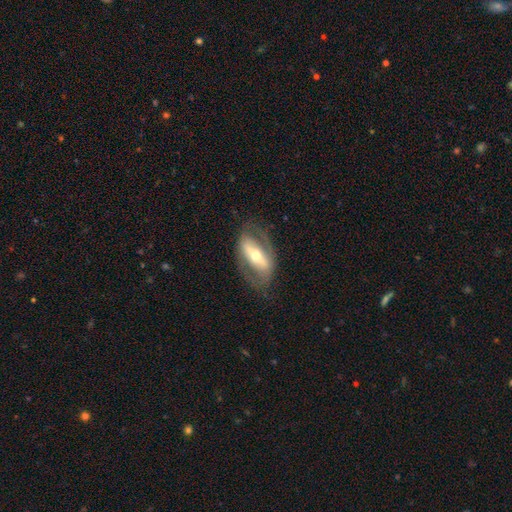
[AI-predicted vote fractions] A featured or disk galaxy (73%) with a strong bar (64%), spiral arms (51%) and a moderate central bulge (58%).

Vote fractions:
- Smooth or featured? featured or disk: 73% / smooth: 21% / star or artifact: 6%
- Edge-on disk? no: 83% / yes: 17%
- Bar? strong: 64% / weak: 18% / no: 17%
- Spiral arms? yes: 51% / no: 49%
- Bulge size? moderate: 58% / small: 34% / large: 6% / dominant: 1% / none: 1%
- Merging? none: 71% / minor disturbance: 16% / major disturbance: 12% / merger: 1%